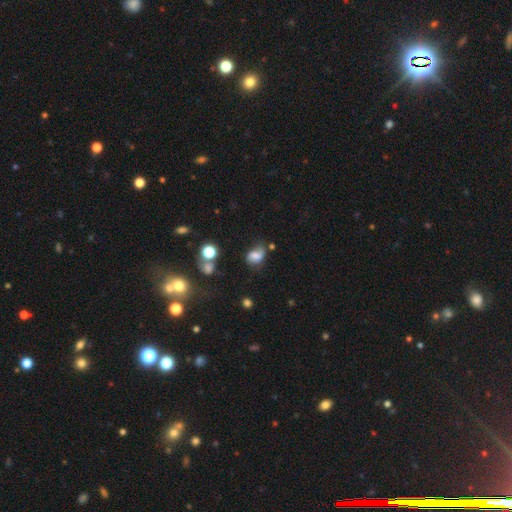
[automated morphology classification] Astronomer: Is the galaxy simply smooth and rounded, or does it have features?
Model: smooth — 50% (runner-up: featured or disk, 37%).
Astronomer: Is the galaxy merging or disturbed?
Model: none — 49% (runner-up: minor disturbance, 29%).